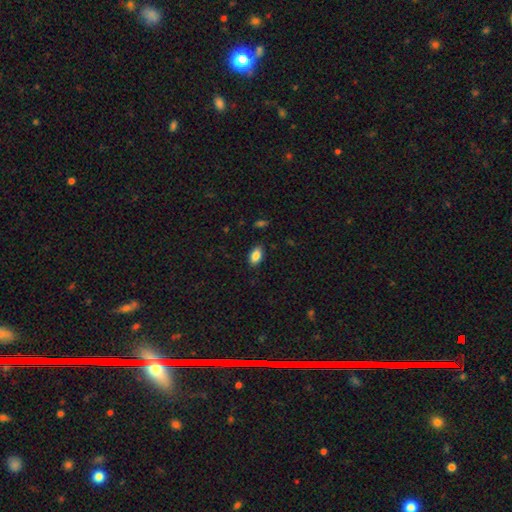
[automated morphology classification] This appears to be a smooth galaxy with no disk features (86%) that is in between round and cigar-shaped (91%). Merging: none (86%).